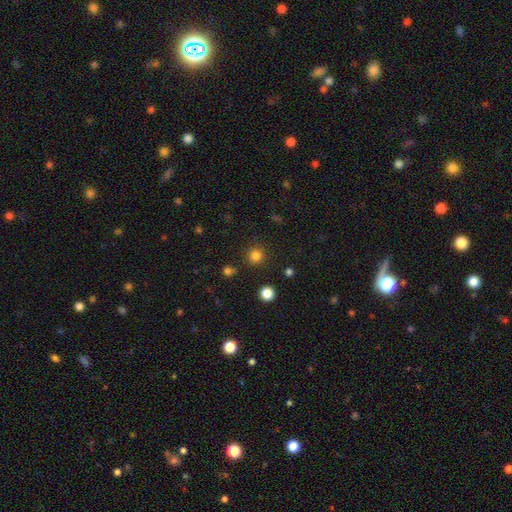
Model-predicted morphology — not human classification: The model was most divided on "smooth or featured": smooth: 81%, star or artifact: 15%, featured or disk: 4%. More confident: how rounded — round (93%); merging — none (88%).